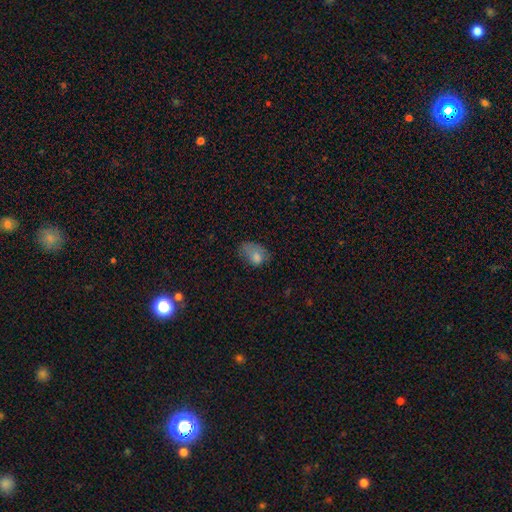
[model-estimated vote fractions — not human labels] This is likely a smooth galaxy (76%). How rounded: clearly in between (81%). Merging: marginally minor disturbance (36%).